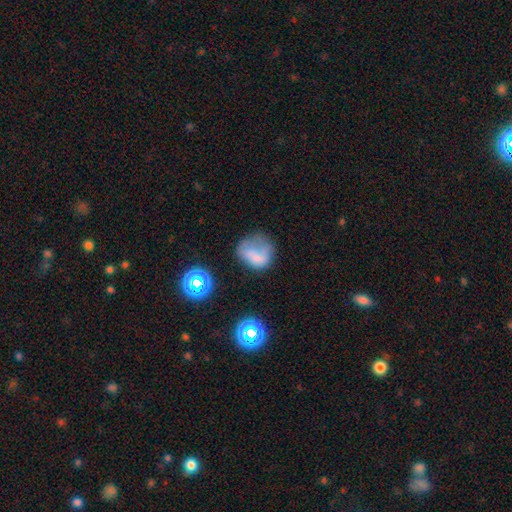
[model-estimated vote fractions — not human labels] Smooth or featured? smooth (62%)
How rounded? round (60%)
Merging? none (37%)